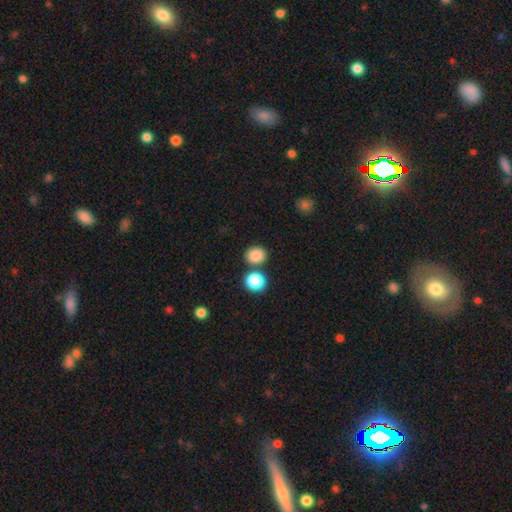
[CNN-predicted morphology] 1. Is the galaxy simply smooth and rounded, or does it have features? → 84% smooth, 11% star or artifact, 5% featured or disk.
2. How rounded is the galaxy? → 77% round, 22% in between, 1% cigar-shaped.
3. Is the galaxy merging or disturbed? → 75% none, 14% merger, 8% minor disturbance, 3% major disturbance.